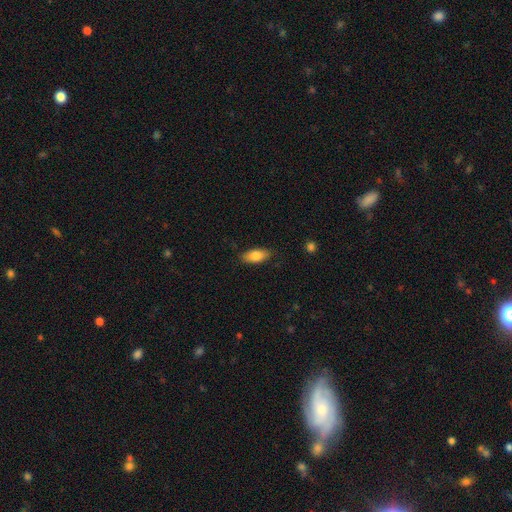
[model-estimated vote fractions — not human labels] This is clearly a smooth galaxy (82%). How rounded: clearly in between (85%). Merging: clearly none (85%).